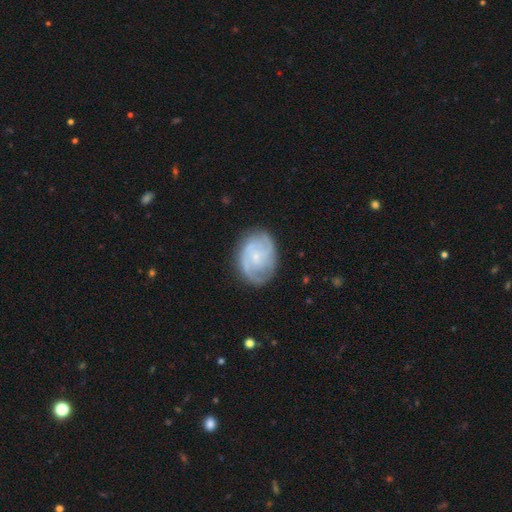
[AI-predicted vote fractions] This appears to be a featured or disk galaxy (75%) with no bar (70%), 2 (37%) tight (45%) spiral arms (92%) and a small central bulge (77%). Merging: none (74%).